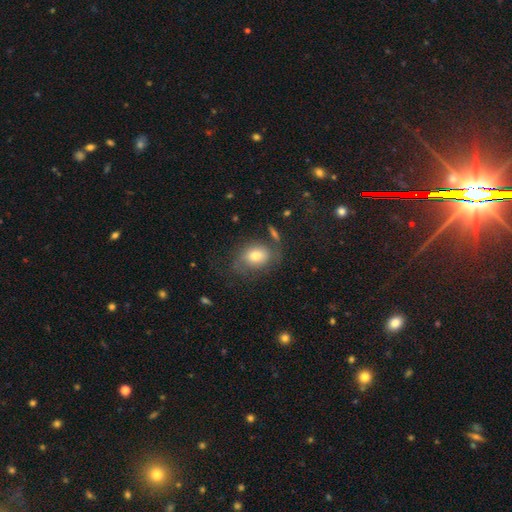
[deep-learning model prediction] smooth-or-featured: smooth: 73% | featured or disk: 18% | star or artifact: 10%
  how-rounded: in between: 65% | round: 33% | cigar-shaped: 1%
  merging: none: 61% | minor disturbance: 21% | major disturbance: 12% | merger: 7%